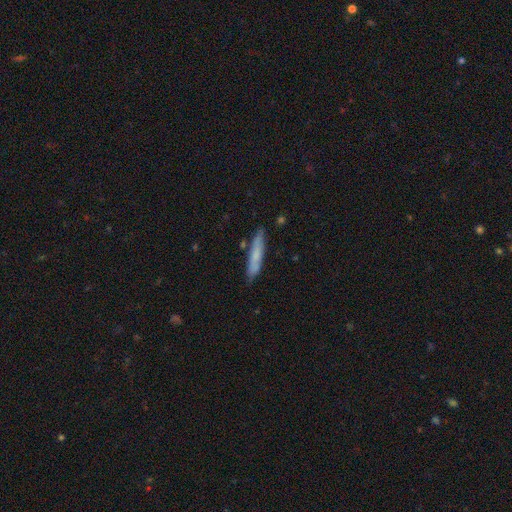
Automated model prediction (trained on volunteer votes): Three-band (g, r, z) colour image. It shows a smooth galaxy with no disk features (68%) that is cigar-shaped (91%). Merging: none (81%).